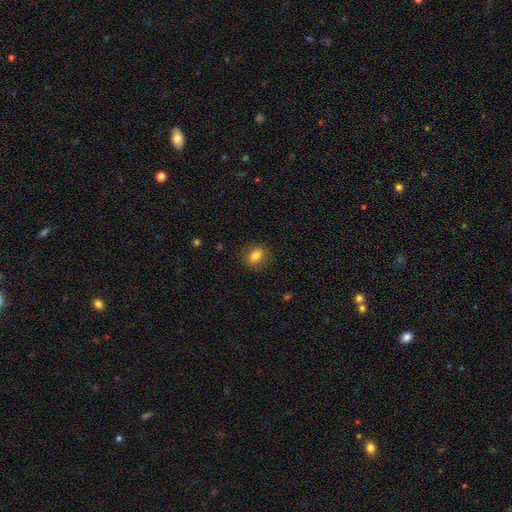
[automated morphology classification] Overall: smooth (81%). How rounded: in between (65%; round 33%). Merging: none (86%).